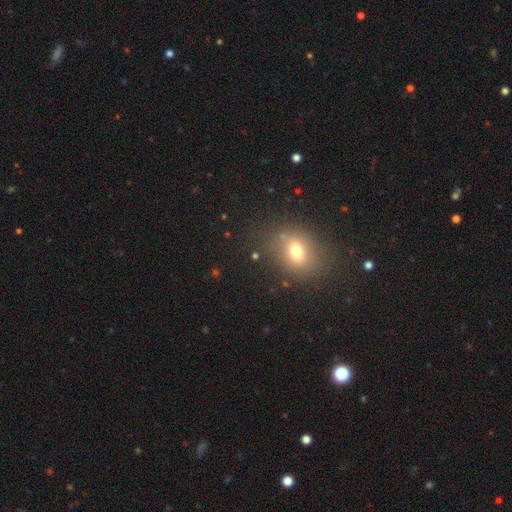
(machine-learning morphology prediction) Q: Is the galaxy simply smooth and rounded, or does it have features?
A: smooth — 63%.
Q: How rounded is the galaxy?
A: round — 50%.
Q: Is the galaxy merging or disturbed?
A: none — 77%.